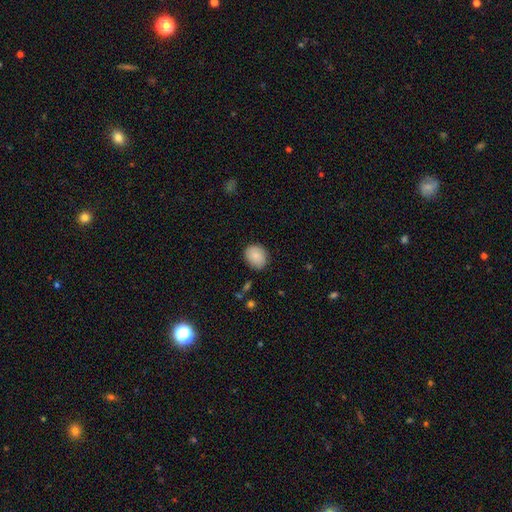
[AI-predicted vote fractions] Smooth or featured?
  - smooth: 86% *
  - star or artifact: 7%
  - featured or disk: 6%
How rounded?
  - round: 56% *
  - in between: 43%
  - cigar-shaped: 1%
Merging?
  - none: 81% *
  - minor disturbance: 15%
  - major disturbance: 3%
  - merger: 1%